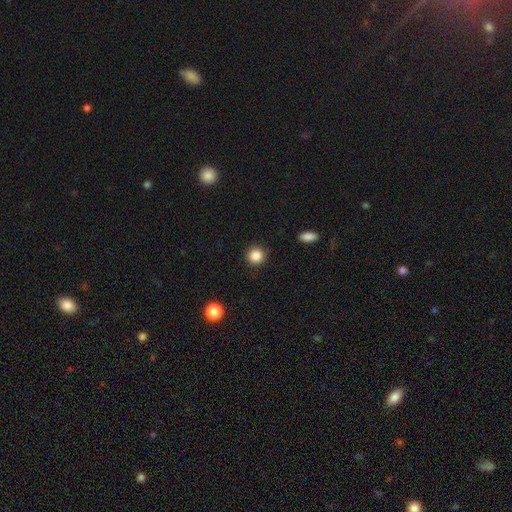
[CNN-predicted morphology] Smooth or featured? Predicted: smooth (p=0.86). How rounded? Predicted: round (p=0.94). Merging? Predicted: none (p=0.92).